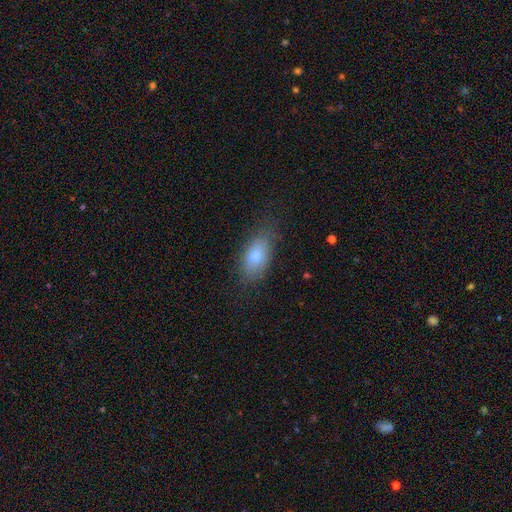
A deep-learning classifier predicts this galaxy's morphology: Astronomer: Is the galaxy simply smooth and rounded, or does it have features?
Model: smooth — 77%.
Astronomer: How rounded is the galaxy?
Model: in between — 87%.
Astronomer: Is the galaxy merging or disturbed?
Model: none — 76%.